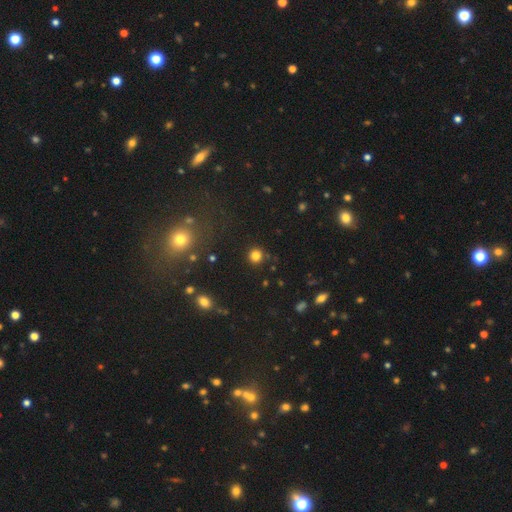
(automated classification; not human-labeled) A smooth galaxy with no disk features (81%) that is round (93%). Merging: none (91%).